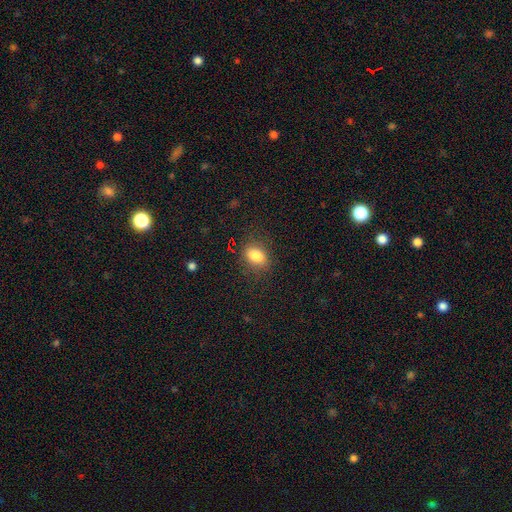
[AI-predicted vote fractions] This is clearly a smooth galaxy (83%). How rounded: likely in between (75%). Merging: clearly none (82%).